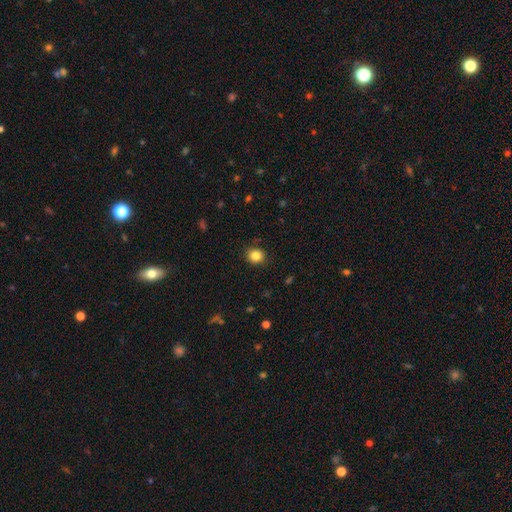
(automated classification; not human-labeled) A smooth galaxy with no disk features (84%) that is round (81%). Merging: none (89%).